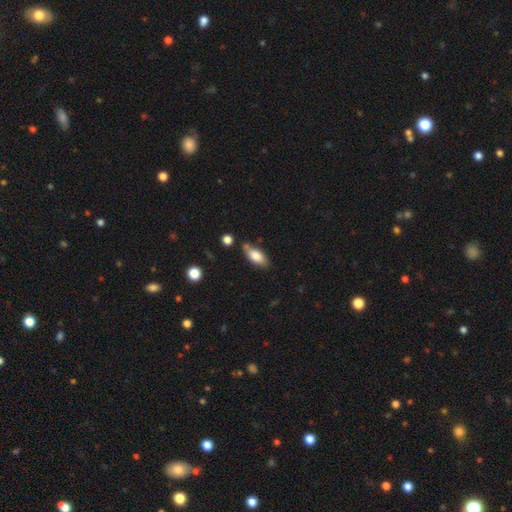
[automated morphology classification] smooth_or_featured: smooth (p=0.75) [alt: featured or disk p=0.18]
how_rounded: in between (p=0.83) [alt: cigar-shaped p=0.14]
merging: none (p=0.69) [alt: minor disturbance p=0.18]